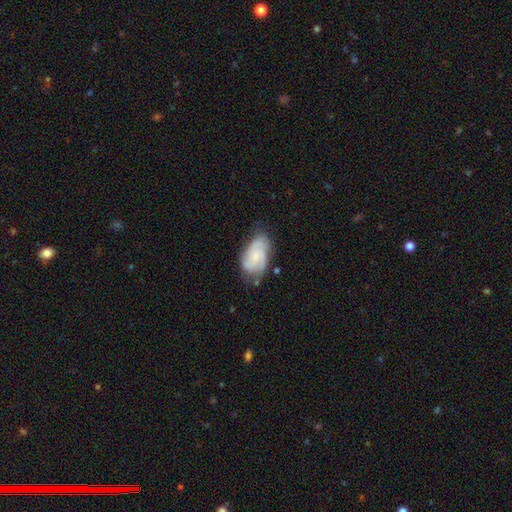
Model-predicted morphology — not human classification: A featured or disk galaxy (63%) with no bar (71%), 3 (33%) tight (43%, tied with medium) spiral arms (90%) and a small central bulge (64%).

Vote fractions:
- Smooth or featured? featured or disk: 63% / smooth: 30% / star or artifact: 7%
- Edge-on disk? no: 97% / yes: 3%
- Bar? no: 71% / weak: 25% / strong: 4%
- Spiral arms? yes: 90% / no: 10%
- Spiral winding? tight: 43% (tied) / medium: 43% (tied) / loose: 14%
- Spiral arm count? 3: 33% / 2: 30% / can't tell: 24% / 4: 7% / 1: 4% / more than 4: 3%
- Bulge size? small: 64% / moderate: 19% / none: 14% / large: 2% / dominant: 1%
- Merging? none: 57% / minor disturbance: 30% / major disturbance: 10% / merger: 3%